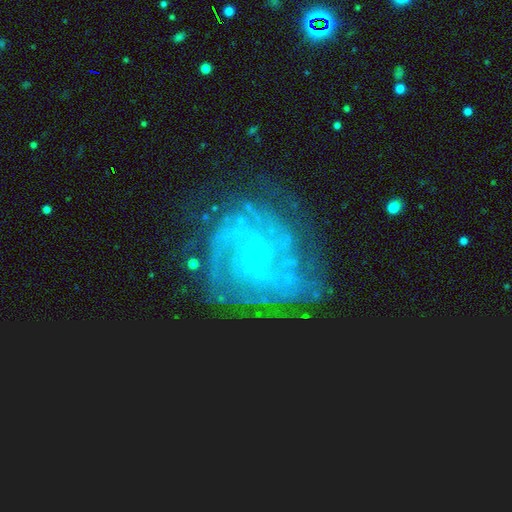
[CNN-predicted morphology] A featured or disk galaxy (80%) with no bar (66%), tight (59%) spiral arms (92%) and a small central bulge (47%).

Vote fractions:
- Smooth or featured? featured or disk: 80% / star or artifact: 11% / smooth: 9%
- Edge-on disk? no: 98% / yes: 2%
- Bar? no: 66% / weak: 27% / strong: 7%
- Spiral arms? yes: 92% / no: 8%
- Spiral winding? tight: 59% / medium: 31% / loose: 10%
- Spiral arm count? can't tell: 35% / 2: 22% / 3: 17% / 4: 11% / more than 4: 8% / 1: 8%
- Bulge size? small: 47% / none: 45% / moderate: 6% / large: 1% / dominant: 1%
- Merging? none: 69% / minor disturbance: 17% / major disturbance: 12% / merger: 2%